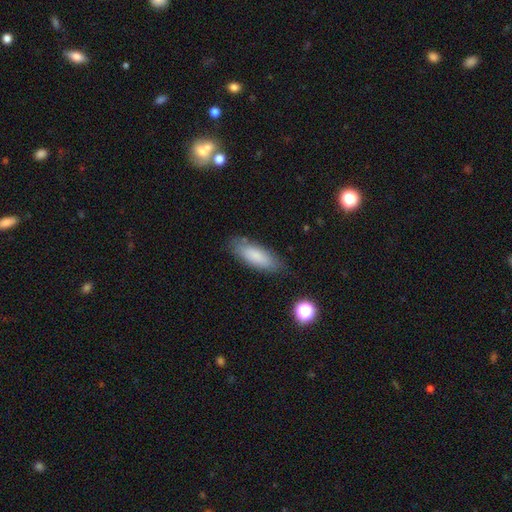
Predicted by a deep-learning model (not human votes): Smooth or featured? Predicted: smooth (p=0.80). How rounded? Predicted: in between (p=0.68). Merging? Predicted: none (p=0.78).